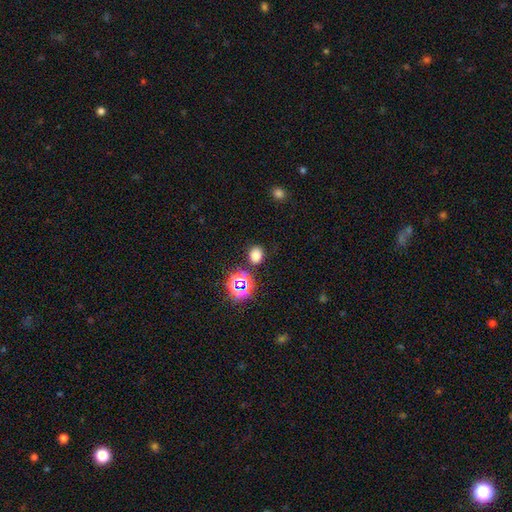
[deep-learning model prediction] Morphology: type=smooth (69%); roundness=round (55%); merging=none (83%).